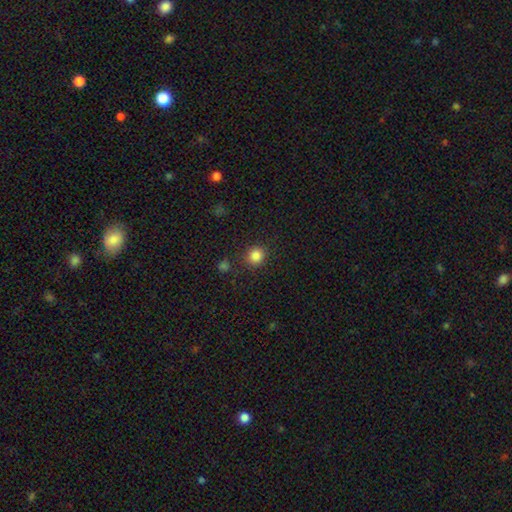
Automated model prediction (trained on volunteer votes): smooth-or-featured: smooth: 85% | star or artifact: 12% | featured or disk: 4%
  how-rounded: round: 88% | in between: 11% | cigar-shaped: 1%
  merging: none: 86% | minor disturbance: 8% | major disturbance: 3% | merger: 3%